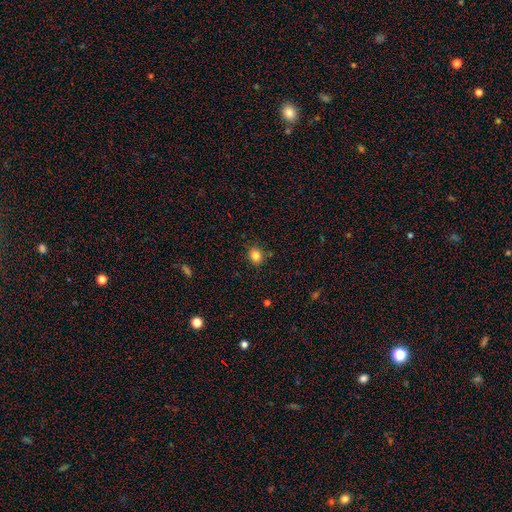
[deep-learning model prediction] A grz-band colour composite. It shows a smooth galaxy with no disk features (84%) that is round (70%). Merging: none (84%).